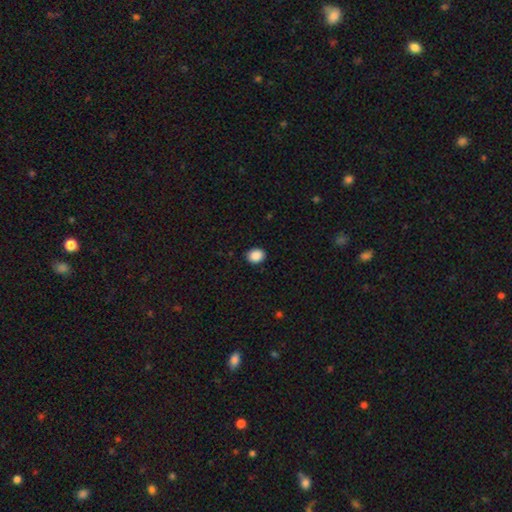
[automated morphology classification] Overall: smooth (89%). How rounded: round (51%; in between 48%). Merging: none (89%).